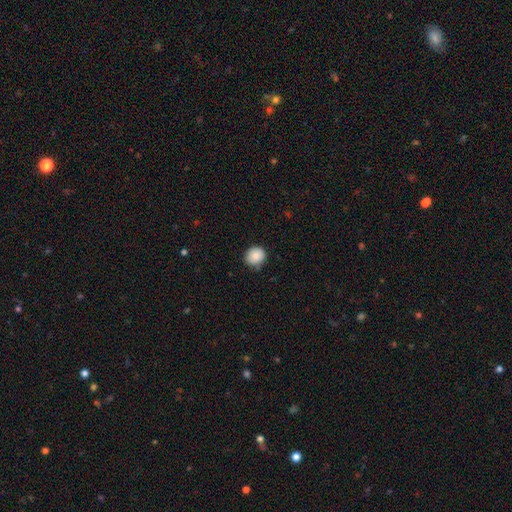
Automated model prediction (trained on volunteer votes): Smooth or featured?
  - smooth: 88% *
  - star or artifact: 8%
  - featured or disk: 4%
How rounded?
  - round: 78% *
  - in between: 21%
  - cigar-shaped: 1%
Merging?
  - none: 80% *
  - minor disturbance: 16%
  - major disturbance: 3%
  - merger: 1%